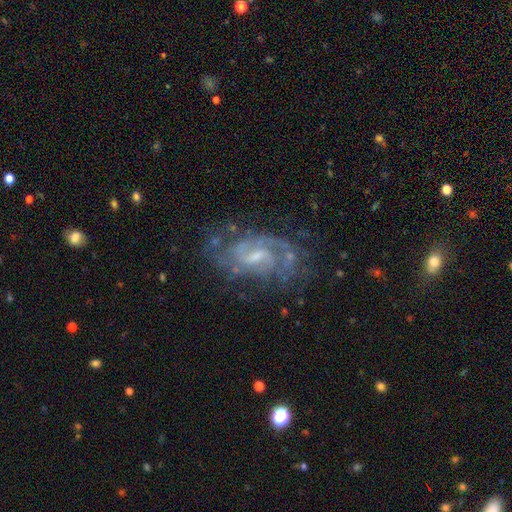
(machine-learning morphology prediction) Smooth or featured?
  - featured or disk: 88% *
  - star or artifact: 6%
  - smooth: 6%
Edge-on disk?
  - no: 97% *
  - yes: 3%
Bar?
  - weak: 62% *
  - no: 20%
  - strong: 19%
Spiral arms?
  - yes: 96% *
  - no: 4%
Spiral winding?
  - medium: 52% *
  - tight: 35%
  - loose: 13%
Spiral arm count?
  - 2: 71% *
  - can't tell: 12%
  - 3: 9%
  - 1: 4%
  - 4: 2%
  - more than 4: 2%
Bulge size?
  - small: 51% *
  - moderate: 32%
  - none: 14%
  - large: 2%
  - dominant: 1%
Merging?
  - none: 64% *
  - minor disturbance: 21%
  - major disturbance: 12%
  - merger: 3%